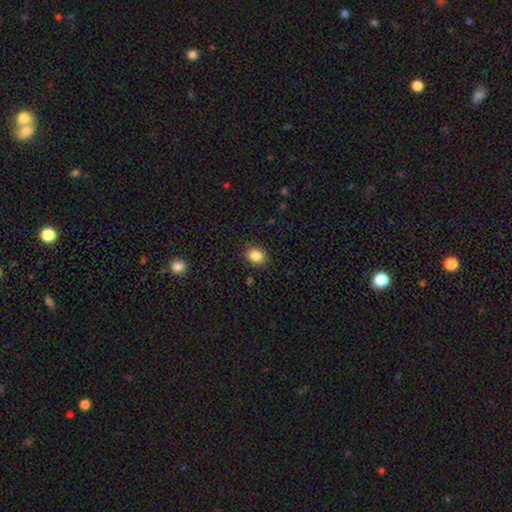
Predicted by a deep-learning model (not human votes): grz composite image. It shows a smooth galaxy with no disk features (85%) that is round (59%). Merging: none (88%).